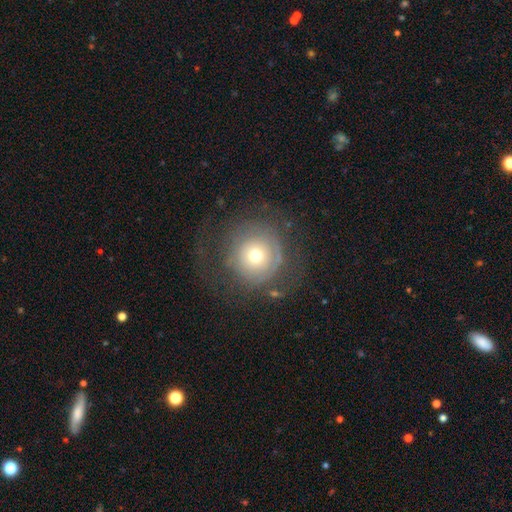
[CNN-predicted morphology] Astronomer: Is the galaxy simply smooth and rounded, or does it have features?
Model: smooth — 53% (runner-up: featured or disk, 35%).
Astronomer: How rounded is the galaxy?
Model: round — 92%.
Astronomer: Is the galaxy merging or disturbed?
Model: none — 60%.